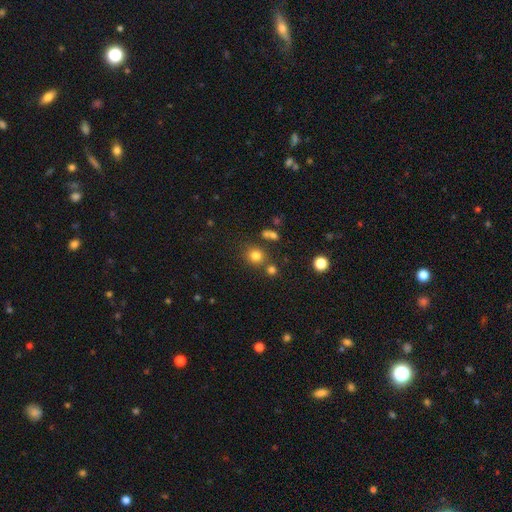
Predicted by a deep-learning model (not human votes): smooth 78%, star or artifact 16%, featured or disk 7%. Down the decision tree: how rounded — round (84%); merging — none (72%).